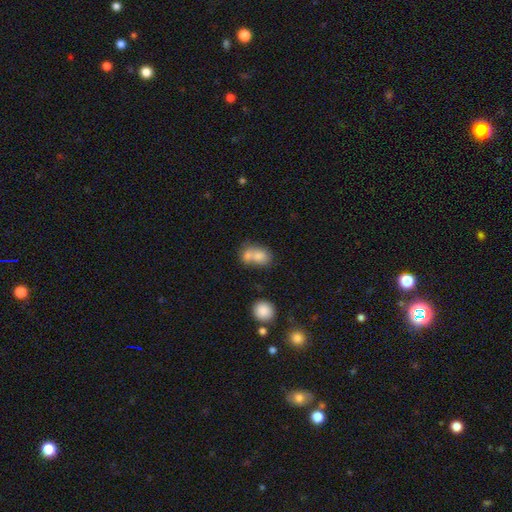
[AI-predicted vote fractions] Smooth or featured?
  - smooth: 77% *
  - featured or disk: 14%
  - star or artifact: 9%
How rounded?
  - in between: 66% *
  - round: 32%
  - cigar-shaped: 2%
Merging?
  - merger: 58% *
  - none: 28%
  - minor disturbance: 9%
  - major disturbance: 5%